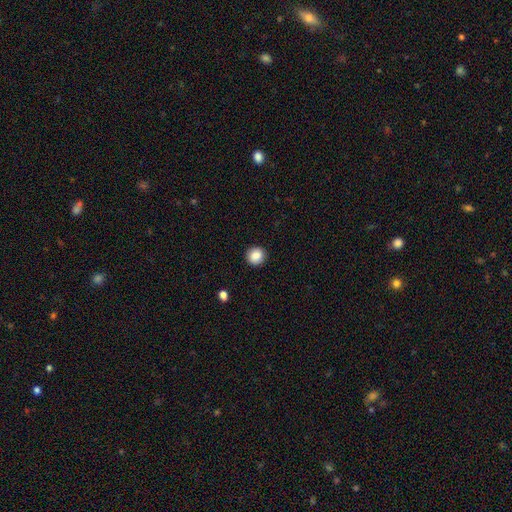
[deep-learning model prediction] Overall: smooth (87%). How rounded: round (93%). Merging: none (91%).